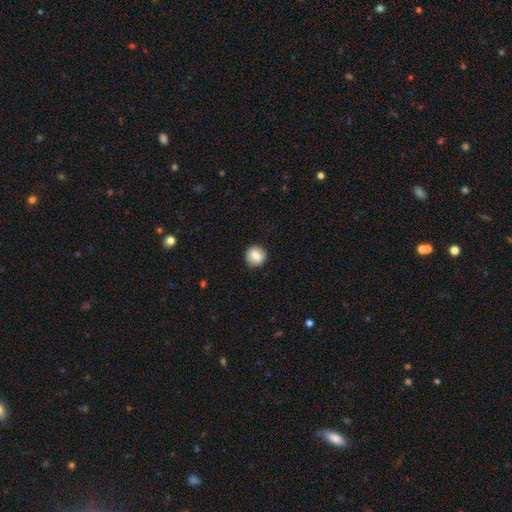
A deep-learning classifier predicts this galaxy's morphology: Overall: smooth (78%). How rounded: round (90%). Merging: none (89%).